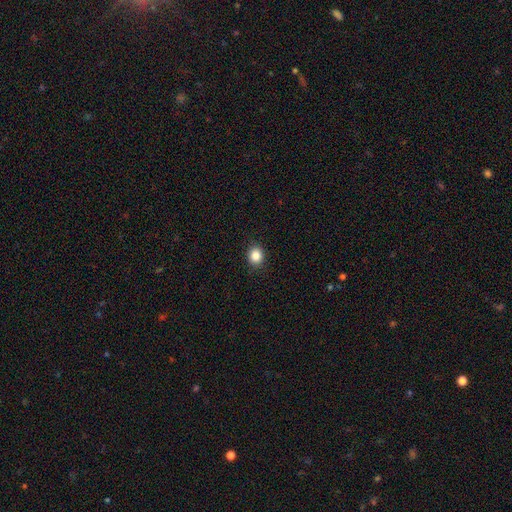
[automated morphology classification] Q: Smooth or featured?
A: smooth (86%); runner-up: star or artifact (10%)
Q: How rounded?
A: round (71%); runner-up: in between (28%)
Q: Merging?
A: none (90%); runner-up: minor disturbance (7%)